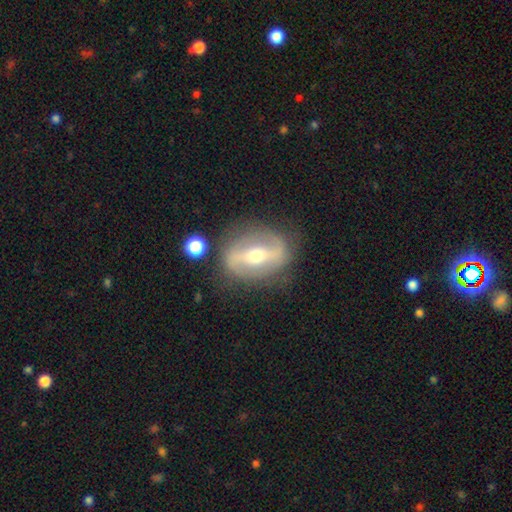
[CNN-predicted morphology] Smooth or featured? featured or disk (77%)
Edge-on disk? no (89%)
Bar? strong (60%)
Spiral arms? yes (70%)
Bulge size? moderate (67%)
Merging? none (78%)